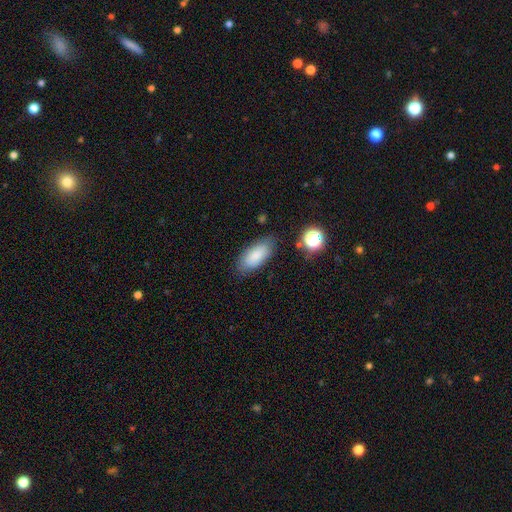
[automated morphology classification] smooth-or-featured: smooth: 84% | featured or disk: 8% | star or artifact: 7%
  how-rounded: in between: 87% | cigar-shaped: 10% | round: 2%
  merging: none: 79% | minor disturbance: 14% | major disturbance: 4% | merger: 2%